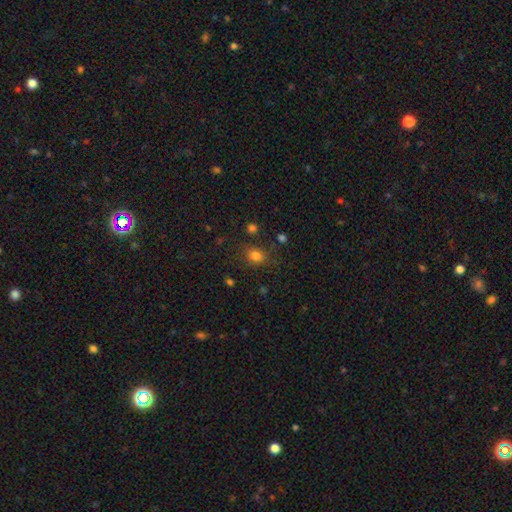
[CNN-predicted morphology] Q: Smooth or featured?
A: smooth (80%); runner-up: star or artifact (14%)
Q: How rounded?
A: round (54%); runner-up: in between (44%)
Q: Merging?
A: none (77%); runner-up: minor disturbance (15%)